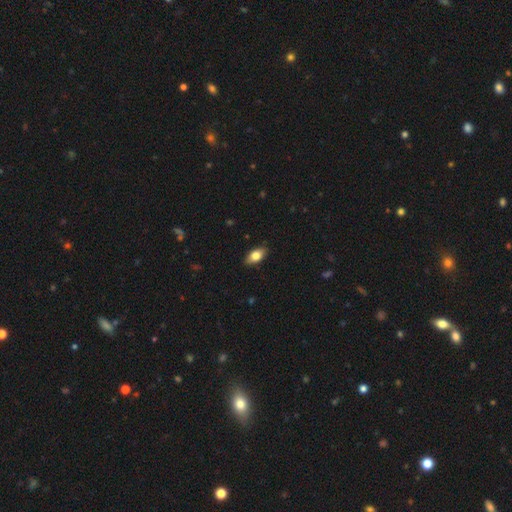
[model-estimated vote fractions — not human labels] This is likely a smooth galaxy (75%). How rounded: clearly in between (88%). Merging: clearly none (87%).